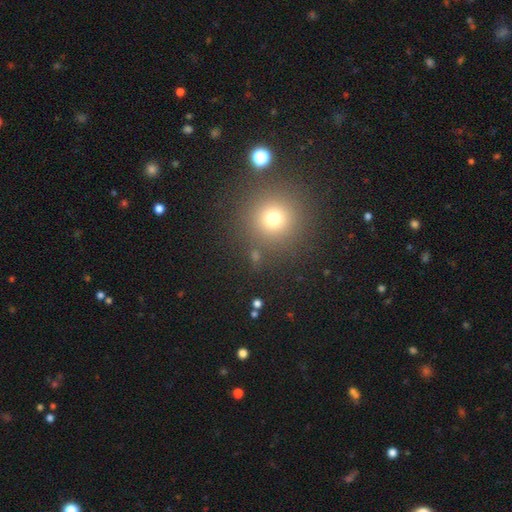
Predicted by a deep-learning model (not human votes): Morphology: type=smooth (66%); roundness=round (94%); merging=none (86%).